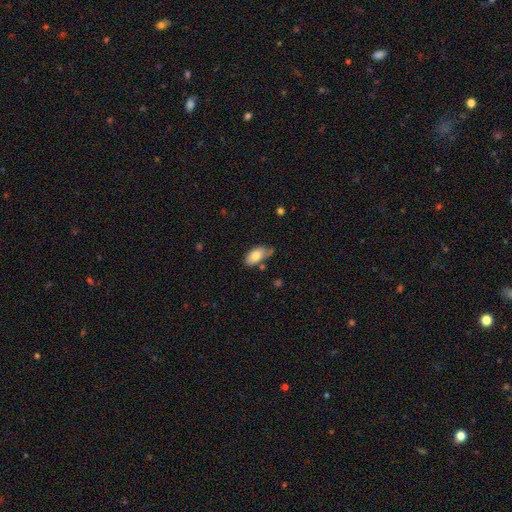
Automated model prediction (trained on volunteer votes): Smooth or featured? smooth (78%)
How rounded? in between (94%)
Merging? none (58%)